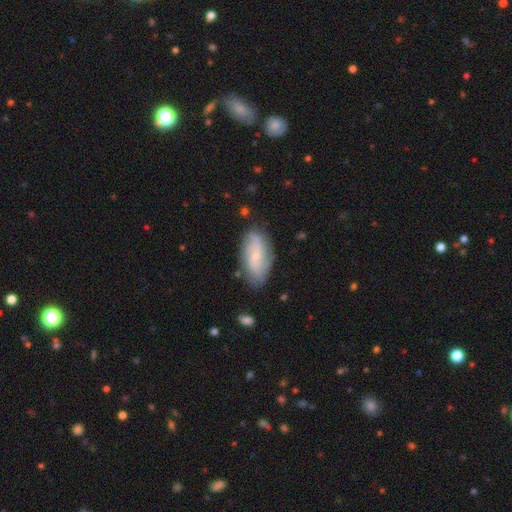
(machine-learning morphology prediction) A featured or disk galaxy (67%) with no bar (54%), 2 (61%) loose (44%) spiral arms (90%) and a small central bulge (72%).

Vote fractions:
- Smooth or featured? featured or disk: 67% / smooth: 27% / star or artifact: 7%
- Edge-on disk? no: 93% / yes: 7%
- Bar? no: 54% / weak: 37% / strong: 9%
- Spiral arms? yes: 90% / no: 10%
- Spiral winding? loose: 44% / medium: 36% / tight: 21%
- Spiral arm count? 2: 61% / can't tell: 20% / 3: 9% / 4: 3% / 1: 3% / more than 4: 3%
- Bulge size? small: 72% / moderate: 22% / none: 4% / large: 1% / dominant: 1%
- Merging? none: 76% / minor disturbance: 17% / major disturbance: 4% / merger: 2%